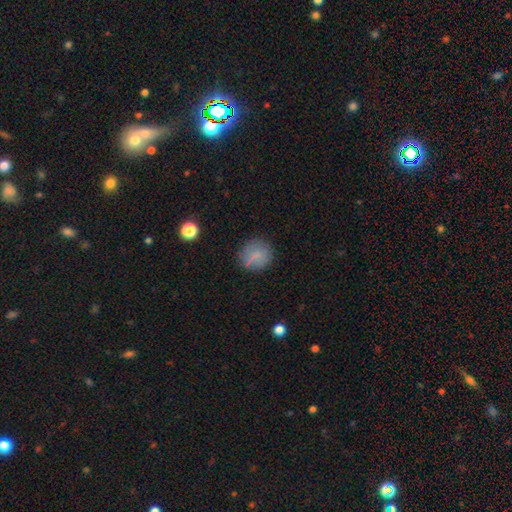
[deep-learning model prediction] This is likely a smooth galaxy (77%). How rounded: clearly round (84%). Merging: likely none (78%).